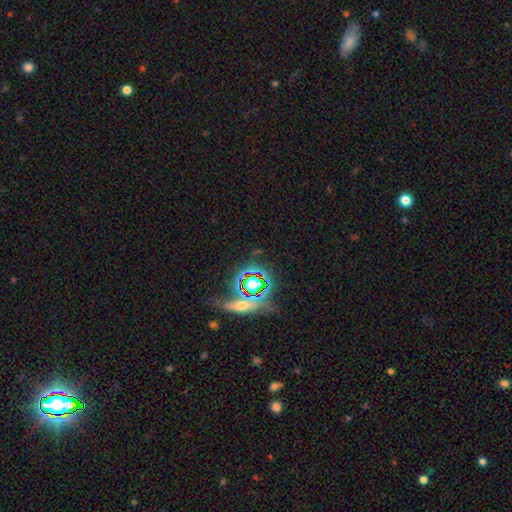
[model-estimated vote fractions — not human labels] Smooth or featured: star or artifact — 69% (smooth — 16%)